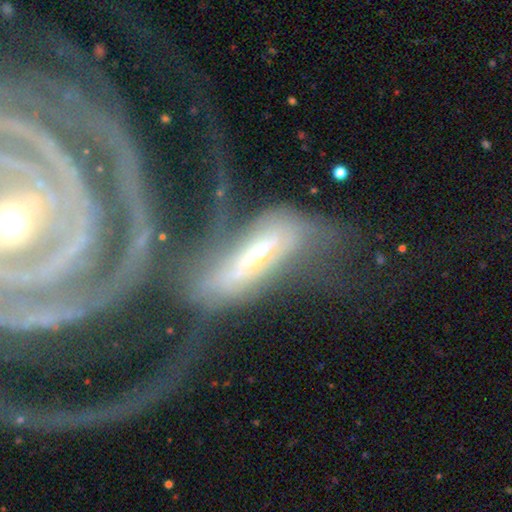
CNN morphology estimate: This is likely a featured or disk galaxy (72%). It is likely not viewed edge-on (70%). Bar: possibly strong (46%). Spiral arm pattern: likely yes (68%). Central bulge: possibly small (49%). Merging: marginally major disturbance (44%).